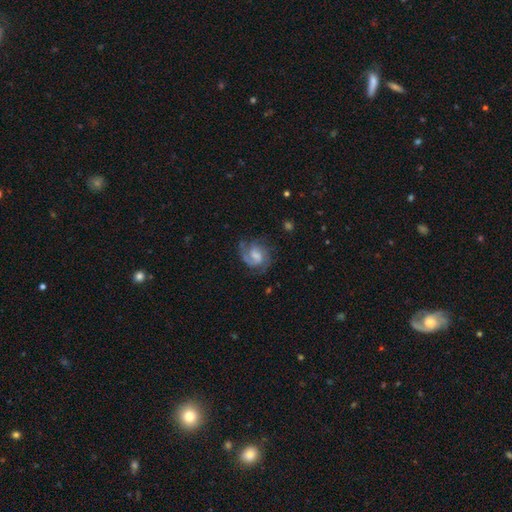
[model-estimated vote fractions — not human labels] Smooth or featured: featured or disk — 77% (smooth — 16%)
Edge-on disk: no — 98% (yes — 2%)
Bar: weak — 52% (no — 35%)
Spiral arms: yes — 94% (no — 6%)
Spiral winding: medium — 46% (tight — 36%)
Spiral arm count: 2 — 50% (1 — 15%)
Bulge size: moderate — 33% (small — 26%)
Merging: none — 64% (minor disturbance — 19%)